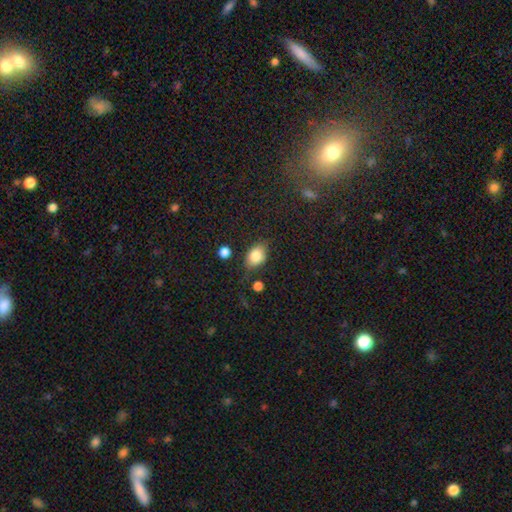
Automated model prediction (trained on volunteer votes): This appears to be a smooth galaxy with no disk features (80%) that is in between round and cigar-shaped (77%). Merging: none (71%).